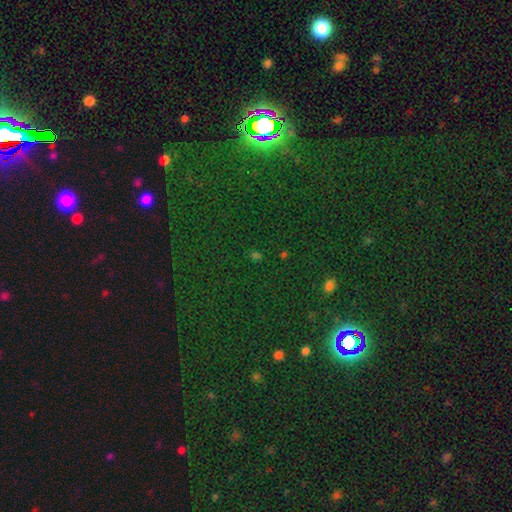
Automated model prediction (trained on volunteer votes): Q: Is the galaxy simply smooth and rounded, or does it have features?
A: star or artifact — 76%.